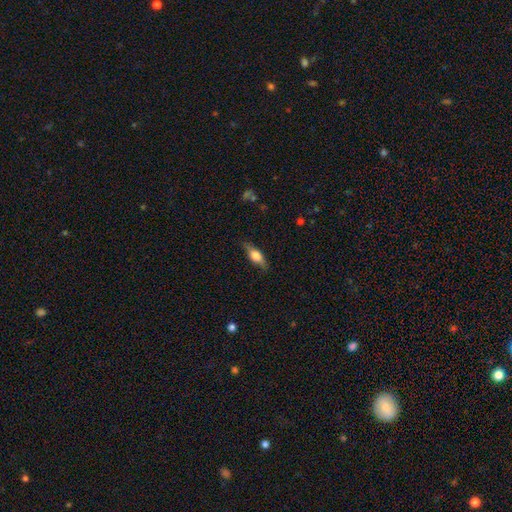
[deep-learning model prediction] smooth 58%, featured or disk 35%, star or artifact 7%. Down the decision tree: how rounded — in between (65%); merging — none (80%).